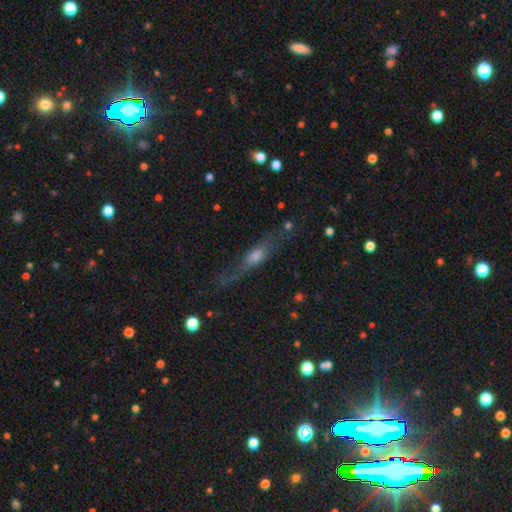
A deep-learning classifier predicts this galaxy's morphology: smooth_or_featured: featured or disk (p=0.57) [alt: smooth p=0.32]
disk_edge_on: yes (p=0.70) [alt: no p=0.30]
merging: none (p=0.61) [alt: minor disturbance p=0.21]